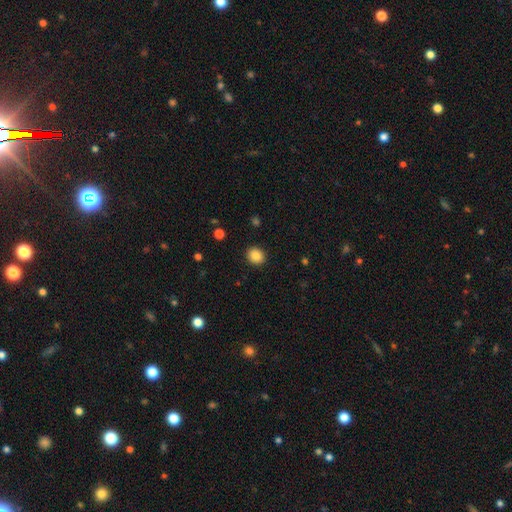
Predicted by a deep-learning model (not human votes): This is clearly a smooth galaxy (87%). How rounded: likely round (75%). Merging: clearly none (91%).